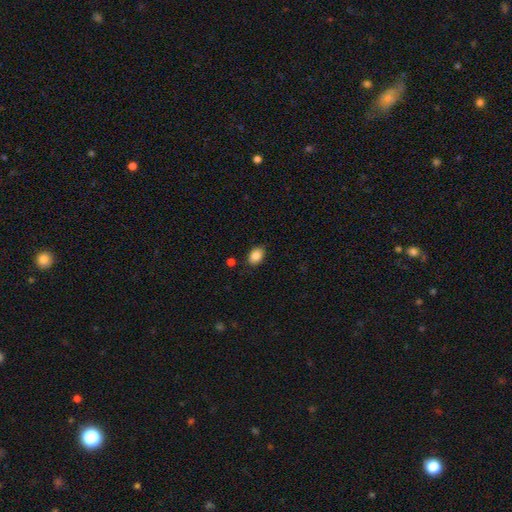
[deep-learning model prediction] Smooth or featured?
  - smooth: 86% *
  - star or artifact: 8%
  - featured or disk: 6%
How rounded?
  - in between: 81% *
  - round: 18%
  - cigar-shaped: 1%
Merging?
  - none: 83% *
  - minor disturbance: 13%
  - major disturbance: 3%
  - merger: 2%